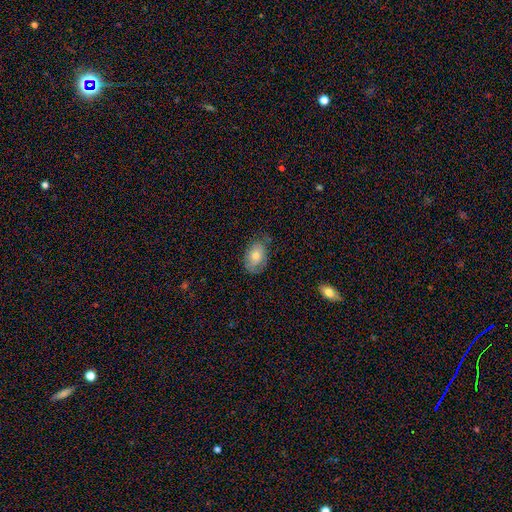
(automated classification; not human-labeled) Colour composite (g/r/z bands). It shows a smooth galaxy with no disk features (68%) that is in between round and cigar-shaped (88%). Merging: none (67%).